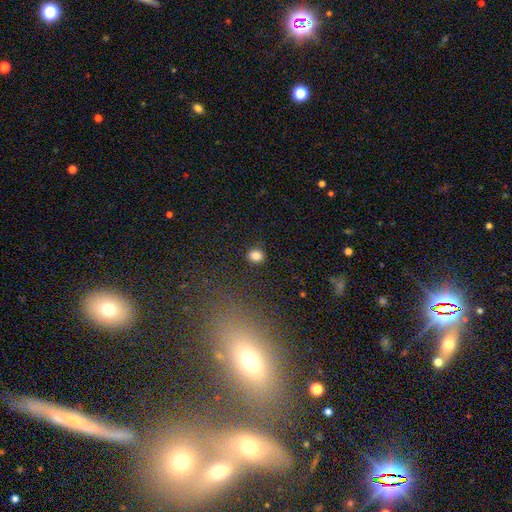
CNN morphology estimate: Smooth or featured: smooth — 84% (star or artifact — 12%)
How rounded: round — 68% (in between — 31%)
Merging: none — 88% (minor disturbance — 8%)